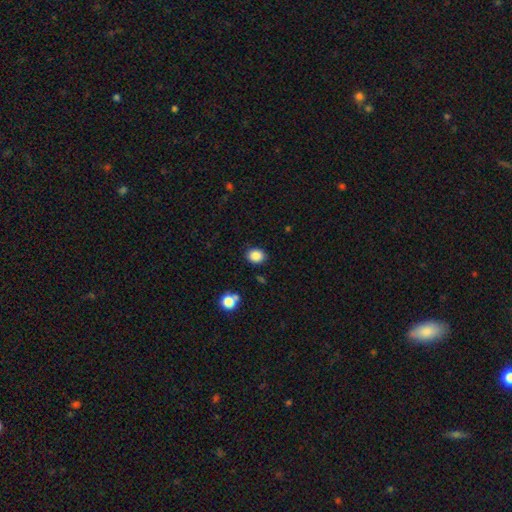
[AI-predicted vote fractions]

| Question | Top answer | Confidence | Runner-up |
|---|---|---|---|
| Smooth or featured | smooth | 86% | star or artifact (10%) |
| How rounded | round | 56% | in between (43%) |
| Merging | none | 86% | minor disturbance (10%) |